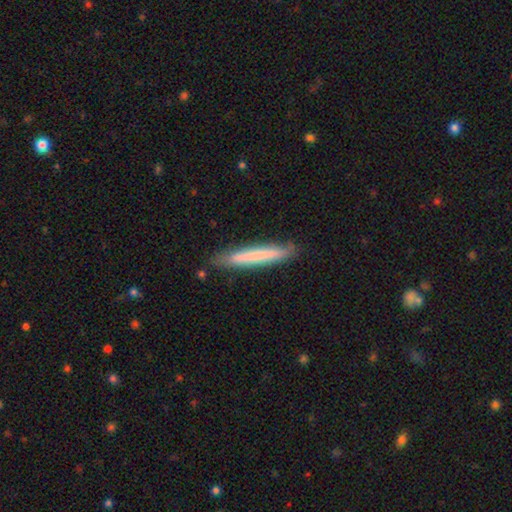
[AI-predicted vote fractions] A smooth galaxy with no disk features (70%) that is cigar-shaped (96%).

Vote fractions:
- Smooth or featured? smooth: 70% / featured or disk: 24% / star or artifact: 6%
- How rounded? cigar-shaped: 96% / in between: 3% / round: 1%
- Merging? none: 84% / minor disturbance: 12% / major disturbance: 2% / merger: 2%